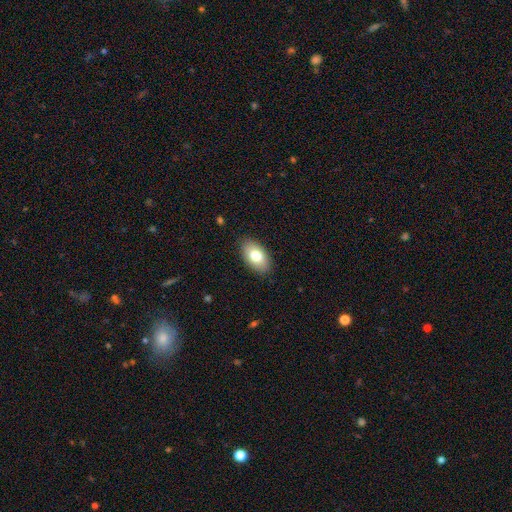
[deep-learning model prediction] Smooth or featured? Predicted: smooth (p=0.76). How rounded? Predicted: in between (p=0.93). Merging? Predicted: none (p=0.88).